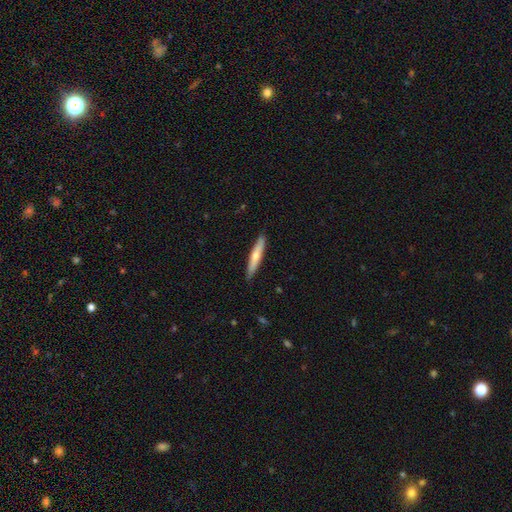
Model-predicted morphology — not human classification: A smooth galaxy with no disk features (57%) that is cigar-shaped (91%).

Vote fractions:
- Smooth or featured? smooth: 57% / featured or disk: 37% / star or artifact: 5%
- How rounded? cigar-shaped: 91% / in between: 7% / round: 1%
- Merging? none: 88% / minor disturbance: 9% / major disturbance: 1% / merger: 1%